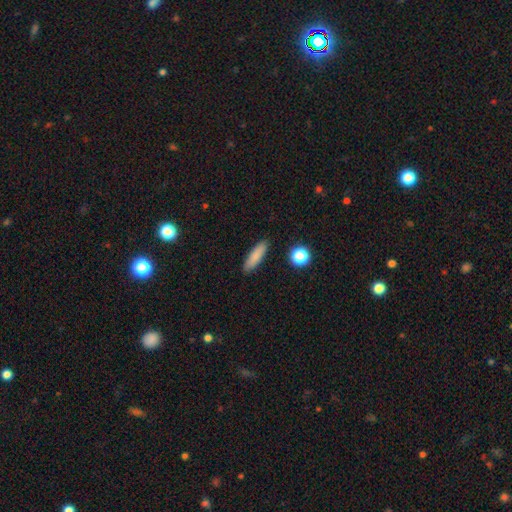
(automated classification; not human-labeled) smooth-or-featured: smooth: 84% | star or artifact: 8% | featured or disk: 8%
  how-rounded: cigar-shaped: 66% | in between: 31% | round: 2%
  merging: none: 90% | minor disturbance: 7% | major disturbance: 2% | merger: 1%